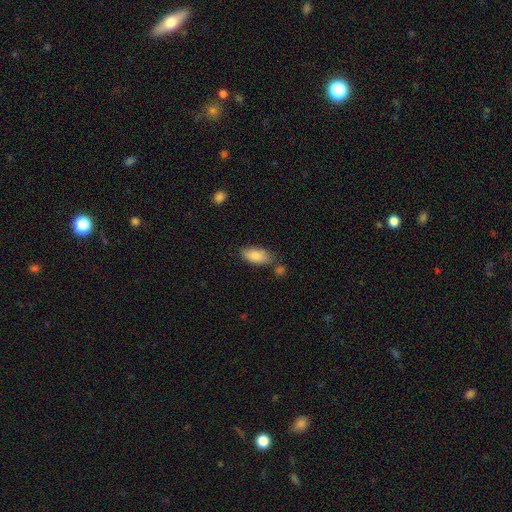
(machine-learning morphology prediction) This appears to be a smooth galaxy with no disk features (86%) that is in between round and cigar-shaped (90%). Merging: none (67%).